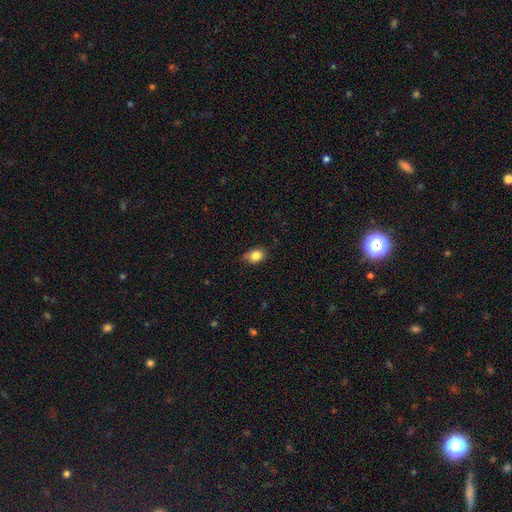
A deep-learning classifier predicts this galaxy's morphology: This is clearly a smooth galaxy (84%). How rounded: likely in between (67%). Merging: likely none (71%).